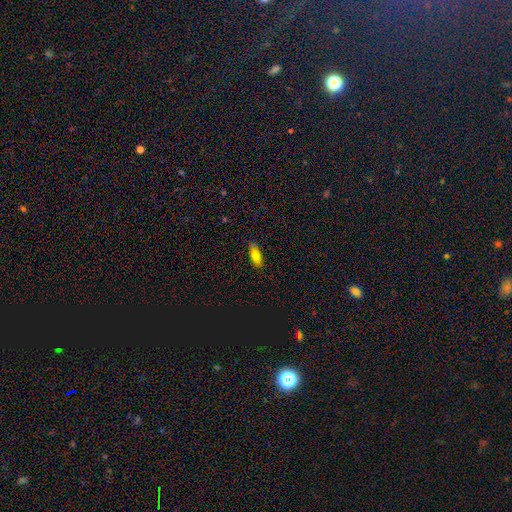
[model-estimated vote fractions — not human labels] Smooth or featured?
  - smooth: 78% *
  - featured or disk: 12%
  - star or artifact: 10%
How rounded?
  - in between: 78% *
  - cigar-shaped: 20%
  - round: 3%
Merging?
  - none: 80% *
  - minor disturbance: 16%
  - major disturbance: 3%
  - merger: 2%